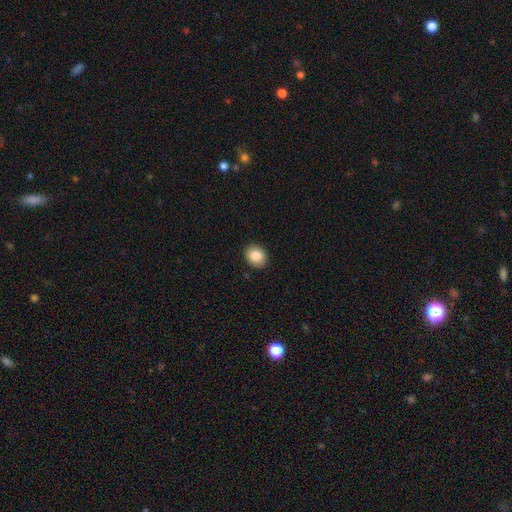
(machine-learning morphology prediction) Smooth or featured? smooth (85%)
How rounded? round (56%)
Merging? none (91%)